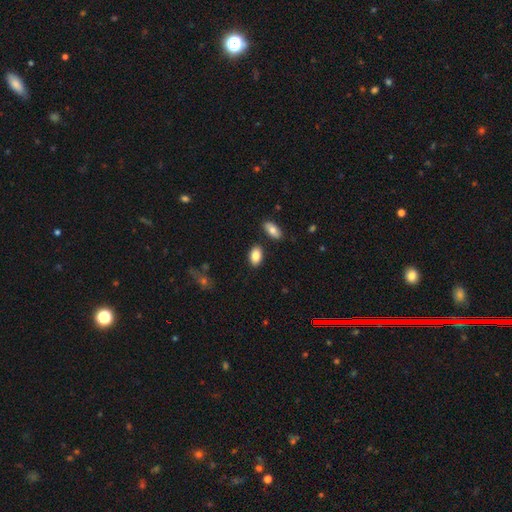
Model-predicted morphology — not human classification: Smooth or featured? Predicted: smooth (p=0.85). How rounded? Predicted: in between (p=0.91). Merging? Predicted: none (p=0.83).